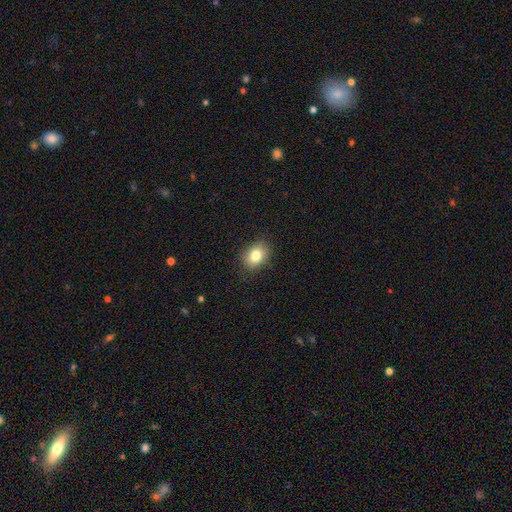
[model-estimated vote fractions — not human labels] This appears to be a smooth galaxy with no disk features (81%) that is in between round and cigar-shaped (59%). Merging: none (87%).